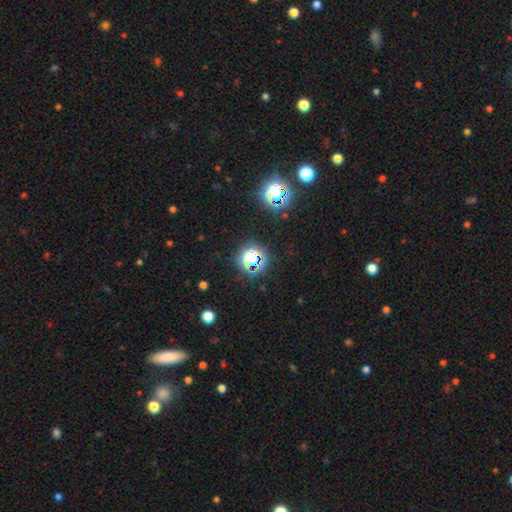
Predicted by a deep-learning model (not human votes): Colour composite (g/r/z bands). It shows a star or artifact, not a galaxy (67%).